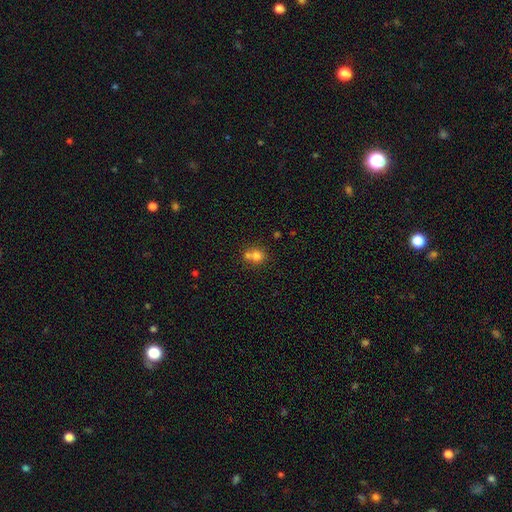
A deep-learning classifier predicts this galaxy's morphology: smooth 76%, star or artifact 13%, featured or disk 11%. Down the decision tree: how rounded — round (84%); merging — merger (48%).